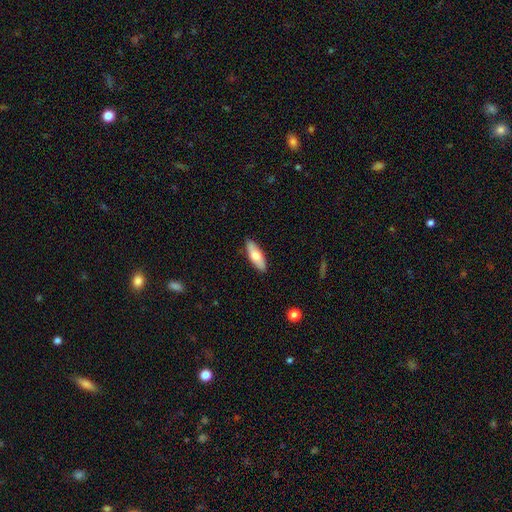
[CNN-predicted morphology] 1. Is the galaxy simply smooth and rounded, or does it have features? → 69% smooth, 26% featured or disk, 6% star or artifact.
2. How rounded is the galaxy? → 64% in between, 34% cigar-shaped, 2% round.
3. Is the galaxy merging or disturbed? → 89% none, 9% minor disturbance, 2% major disturbance, 1% merger.